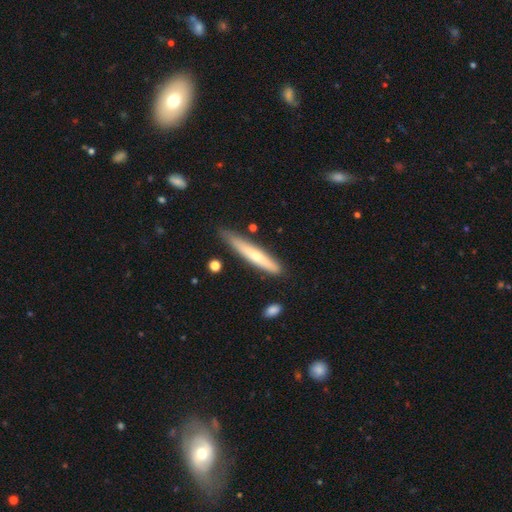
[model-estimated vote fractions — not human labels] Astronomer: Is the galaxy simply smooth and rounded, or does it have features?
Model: smooth — 53% (runner-up: featured or disk, 41%).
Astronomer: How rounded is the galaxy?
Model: cigar-shaped — 94%.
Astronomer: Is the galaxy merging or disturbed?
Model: none — 80%.